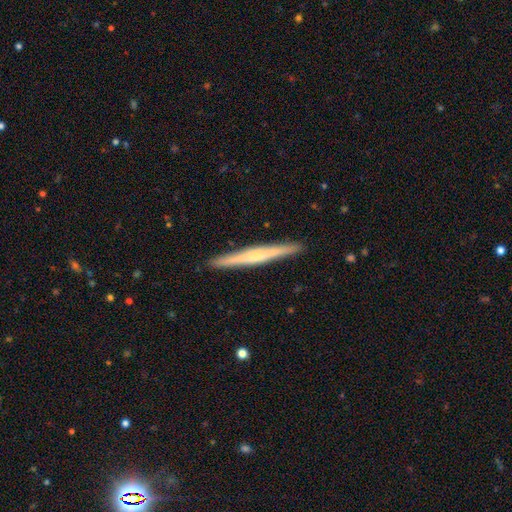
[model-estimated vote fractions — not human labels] Overall: featured or disk (62%; smooth 32%). Edge-on disk: yes (98%). Edge-on bulge: rounded (52%; none 36%). Merging: none (92%).